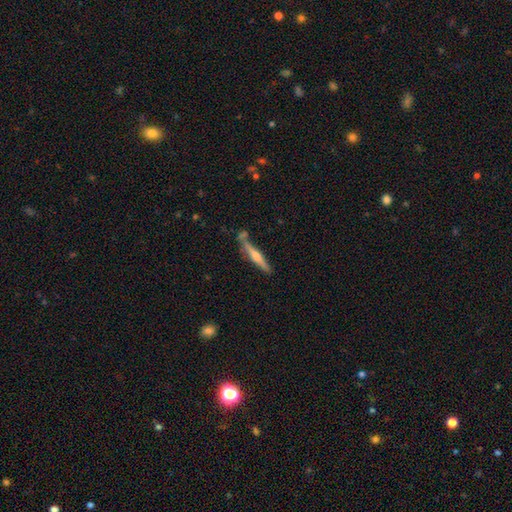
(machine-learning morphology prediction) Overall: featured or disk (60%; smooth 34%). Edge-on disk: yes (96%). Edge-on bulge: rounded (79%). Merging: none (72%).